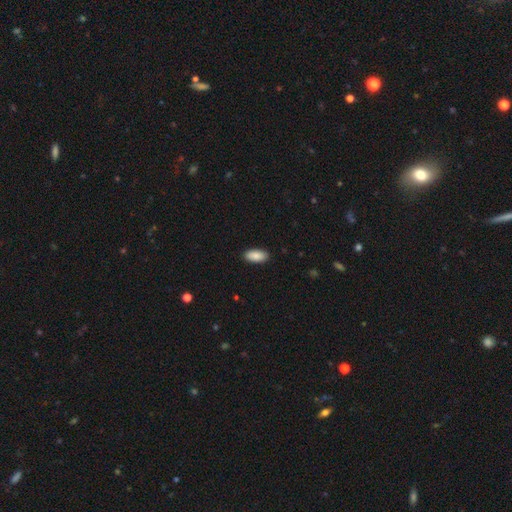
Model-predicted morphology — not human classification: smooth-or-featured: smooth: 89% | star or artifact: 6% | featured or disk: 5%
  how-rounded: in between: 92% | cigar-shaped: 6% | round: 2%
  merging: none: 89% | minor disturbance: 8% | major disturbance: 2% | merger: 1%